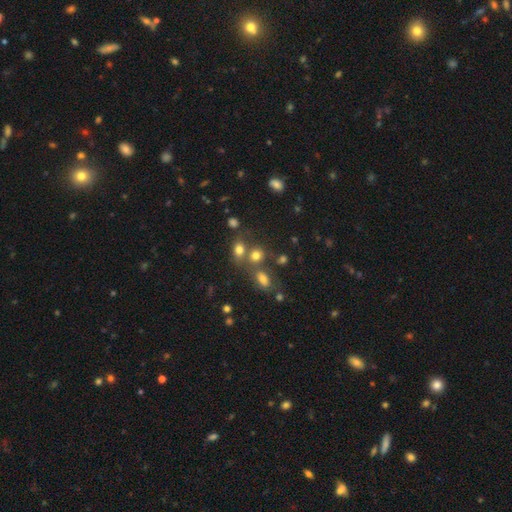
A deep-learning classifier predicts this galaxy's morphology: Smooth or featured: smooth — 74% (star or artifact — 16%)
How rounded: round — 58% (in between — 40%)
Merging: none — 54% (merger — 30%)